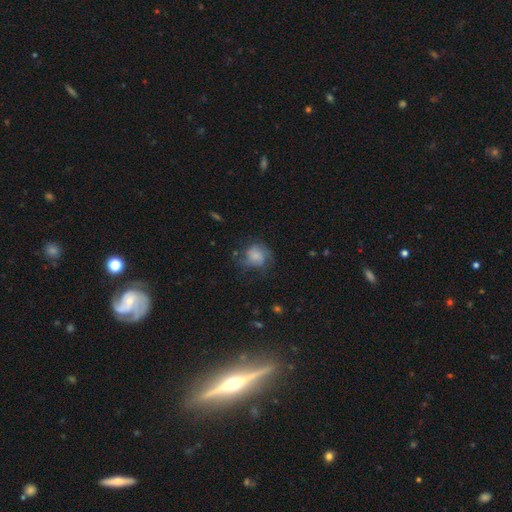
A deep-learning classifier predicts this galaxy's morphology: Overall: smooth (57%; featured or disk 33%). How rounded: round (72%). Merging: none (51%; minor disturbance 26%).